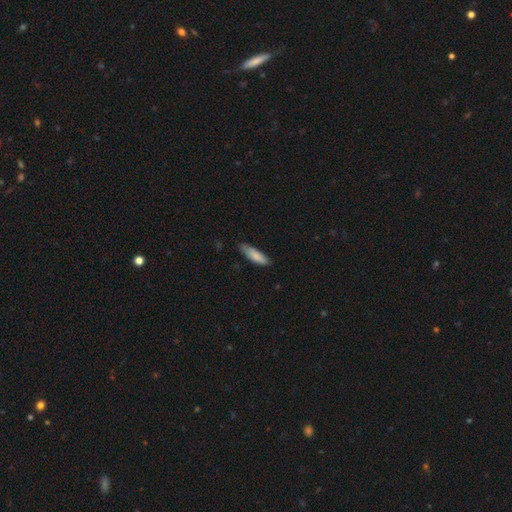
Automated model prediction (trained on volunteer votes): smooth-or-featured: smooth: 83% | featured or disk: 12% | star or artifact: 6%
  how-rounded: cigar-shaped: 54% | in between: 45% | round: 1%
  merging: none: 74% | minor disturbance: 22% | major disturbance: 3% | merger: 1%